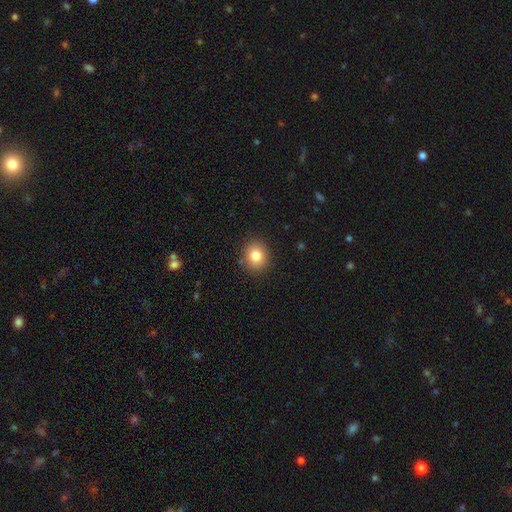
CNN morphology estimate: Overall: smooth (83%). How rounded: round (76%). Merging: none (88%).